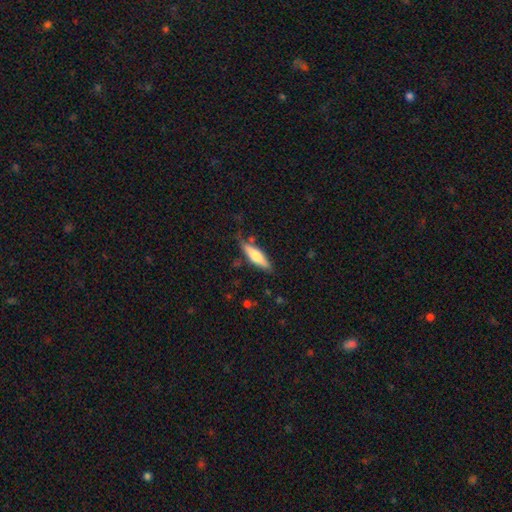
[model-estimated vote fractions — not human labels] This appears to be a smooth galaxy with no disk features (56%) that is cigar-shaped (65%). Merging: none (72%).